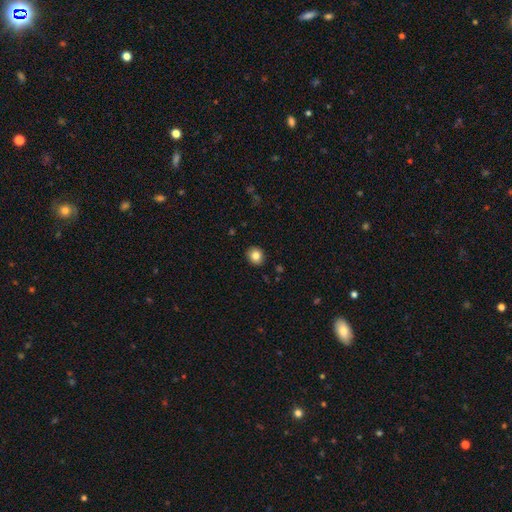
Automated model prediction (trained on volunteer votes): This appears to be a smooth galaxy with no disk features (83%) that is round (75%). Merging: none (90%).